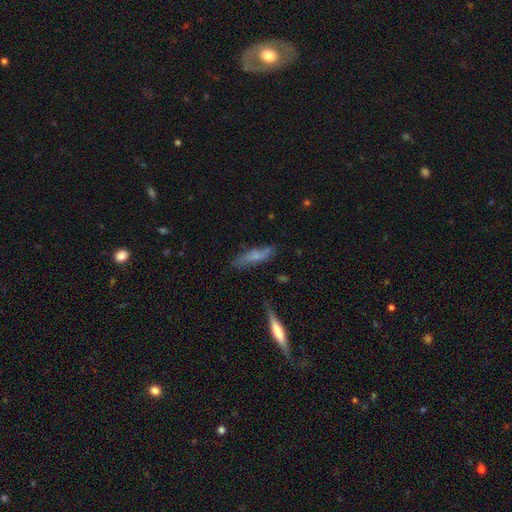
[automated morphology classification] smooth 60%, featured or disk 33%, star or artifact 7%. Down the decision tree: how rounded — cigar-shaped (73%); merging — none (70%).